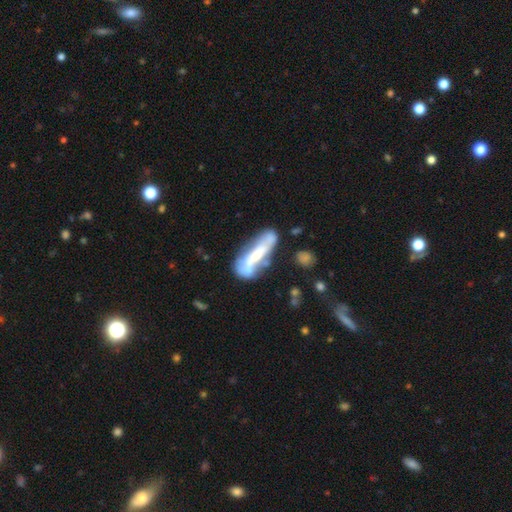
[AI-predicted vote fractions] Smooth or featured: featured or disk — 62% (smooth — 31%)
Edge-on disk: no — 71% (yes — 29%)
Merging: none — 52% (minor disturbance — 22%)